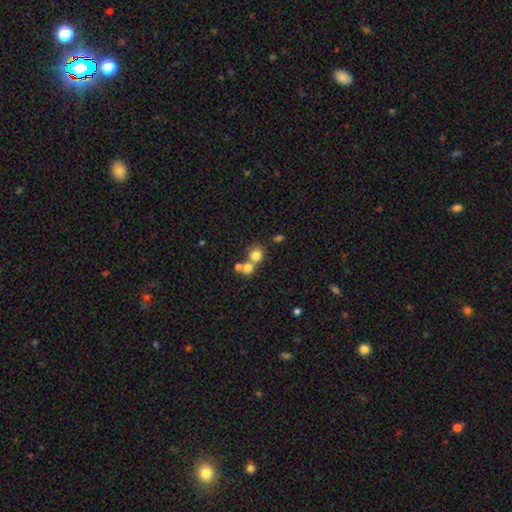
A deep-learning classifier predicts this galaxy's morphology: type=smooth (75%); roundness=round (84%); merging=merger (46%).